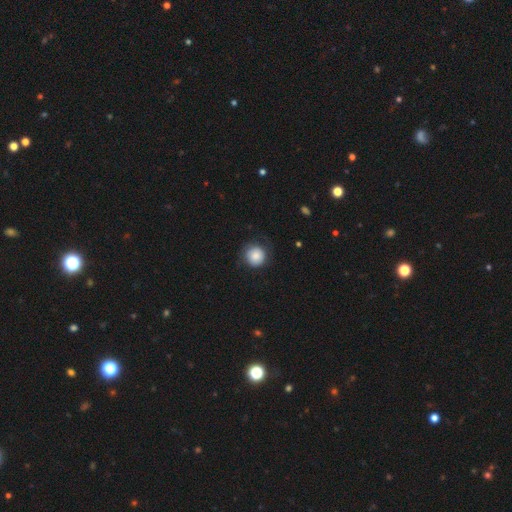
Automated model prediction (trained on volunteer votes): smooth 83%, featured or disk 9%, star or artifact 8%. Down the decision tree: how rounded — round (94%); merging — none (78%).